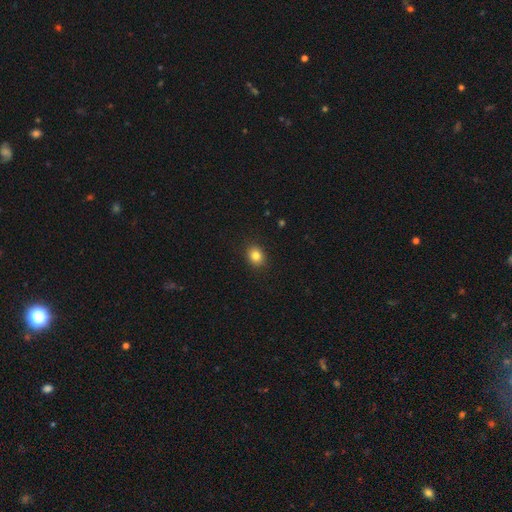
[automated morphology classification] Smooth or featured? Predicted: smooth (p=0.83). How rounded? Predicted: round (p=0.60). Merging? Predicted: none (p=0.90).